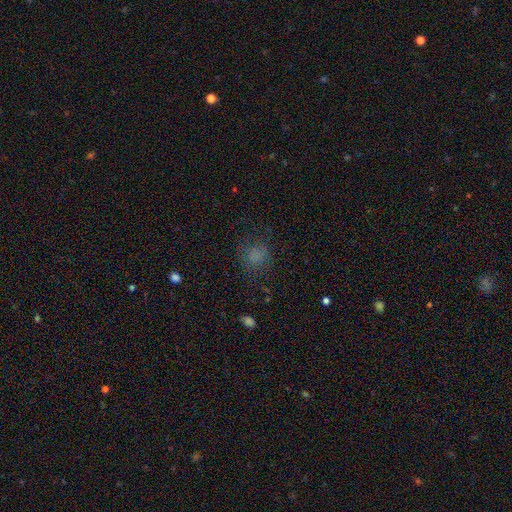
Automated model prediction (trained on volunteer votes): Q: Smooth or featured?
A: smooth (72%); runner-up: star or artifact (18%)
Q: How rounded?
A: round (78%); runner-up: in between (21%)
Q: Merging?
A: none (70%); runner-up: minor disturbance (17%)